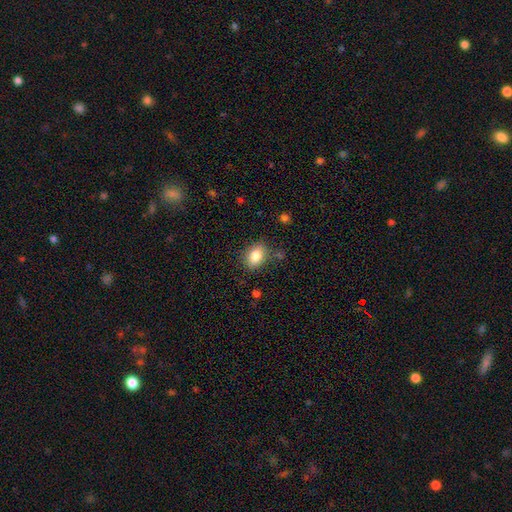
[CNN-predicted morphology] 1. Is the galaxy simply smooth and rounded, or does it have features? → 83% smooth, 9% star or artifact, 8% featured or disk.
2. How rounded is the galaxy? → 77% in between, 21% round, 2% cigar-shaped.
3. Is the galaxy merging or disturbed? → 81% none, 13% minor disturbance, 4% major disturbance, 3% merger.